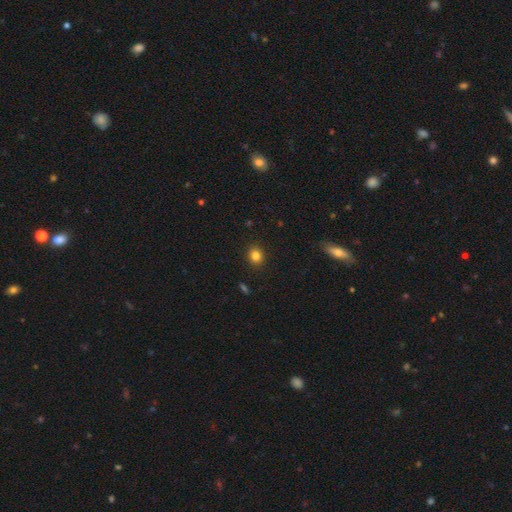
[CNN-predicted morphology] Smooth or featured? smooth (84%)
How rounded? round (77%)
Merging? none (91%)